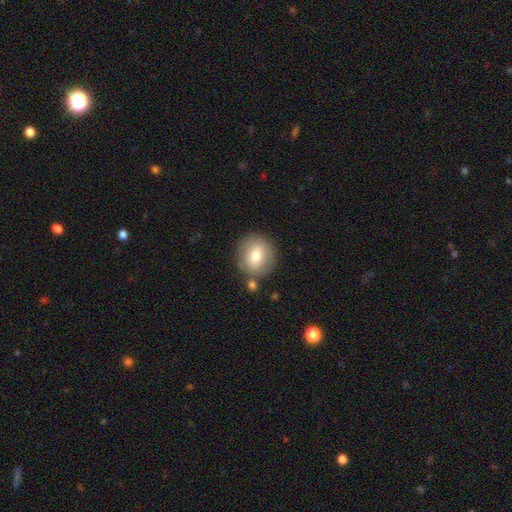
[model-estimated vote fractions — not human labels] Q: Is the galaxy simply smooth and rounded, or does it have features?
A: smooth — 75%.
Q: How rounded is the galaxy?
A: round — 83%.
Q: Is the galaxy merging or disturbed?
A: none — 81%.